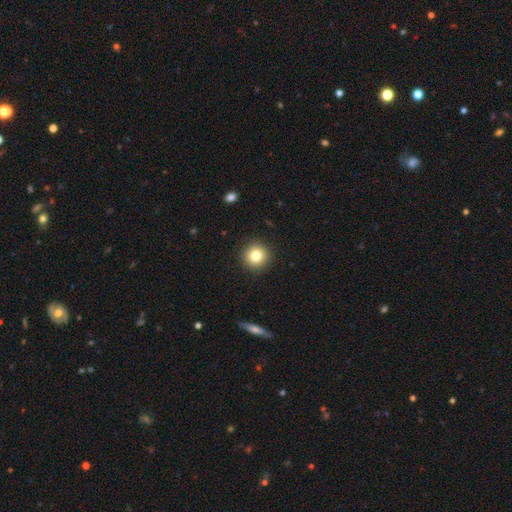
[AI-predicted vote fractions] Smooth or featured: smooth — 81% (star or artifact — 11%)
How rounded: round — 94% (in between — 5%)
Merging: none — 92% (minor disturbance — 5%)